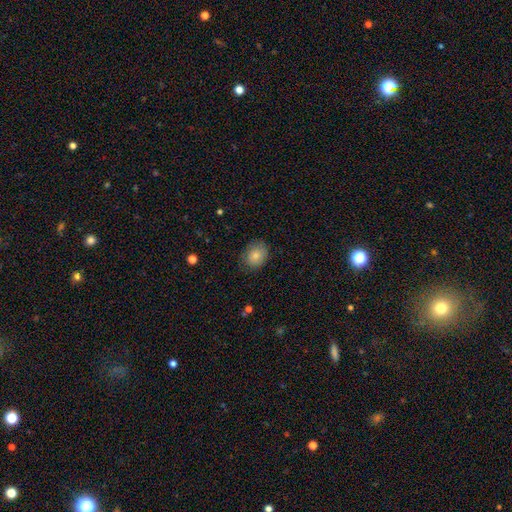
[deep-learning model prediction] Smooth or featured? Predicted: smooth (p=0.81). How rounded? Predicted: round (p=0.52). Merging? Predicted: none (p=0.75).